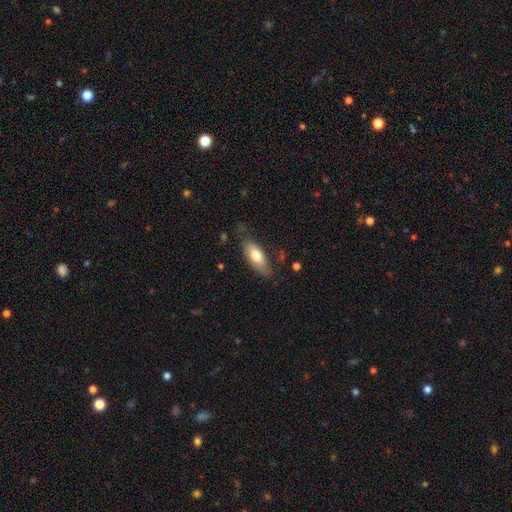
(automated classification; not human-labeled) This appears to be a smooth galaxy with no disk features (71%) that is in between round and cigar-shaped (75%). Merging: none (67%).